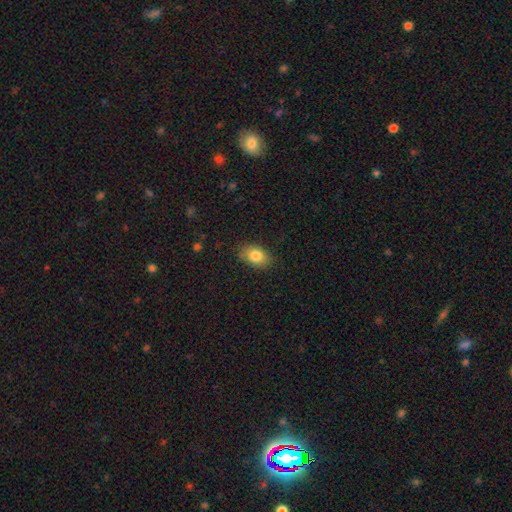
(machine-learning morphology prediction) Smooth or featured?
  - smooth: 82% *
  - featured or disk: 9%
  - star or artifact: 8%
How rounded?
  - in between: 83% *
  - round: 15%
  - cigar-shaped: 2%
Merging?
  - none: 84% *
  - minor disturbance: 12%
  - major disturbance: 3%
  - merger: 1%